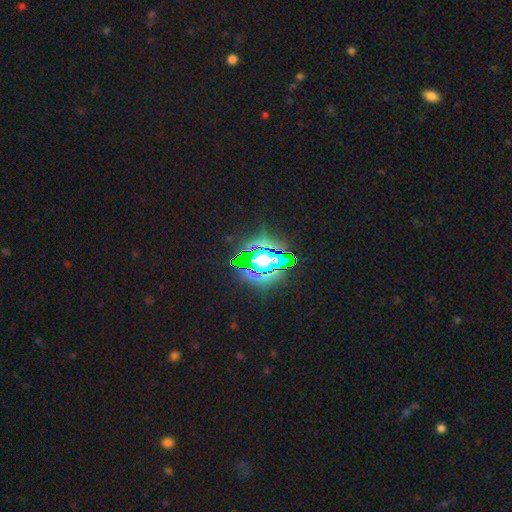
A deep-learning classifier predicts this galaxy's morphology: Smooth or featured?
  - star or artifact: 62% *
  - smooth: 21%
  - featured or disk: 17%